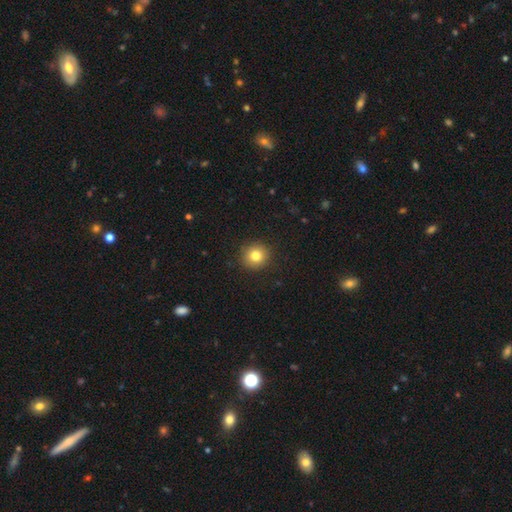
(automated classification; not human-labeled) Smooth or featured: smooth — 81% (star or artifact — 11%)
How rounded: round — 92% (in between — 7%)
Merging: none — 91% (minor disturbance — 6%)